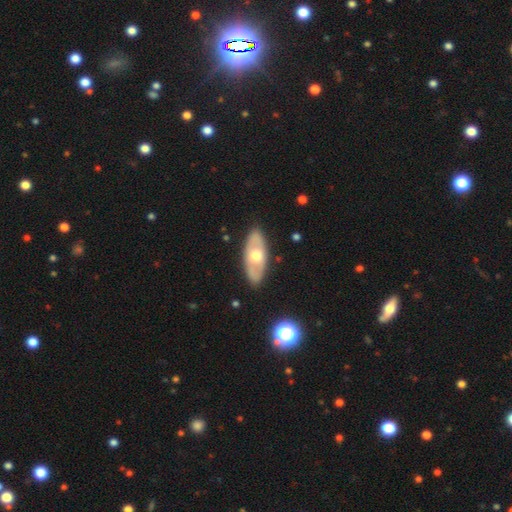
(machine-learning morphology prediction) smooth_or_featured: featured or disk (p=0.55) [alt: smooth p=0.39]
disk_edge_on: no (p=0.78) [alt: yes p=0.22]
merging: none (p=0.86) [alt: minor disturbance p=0.10]